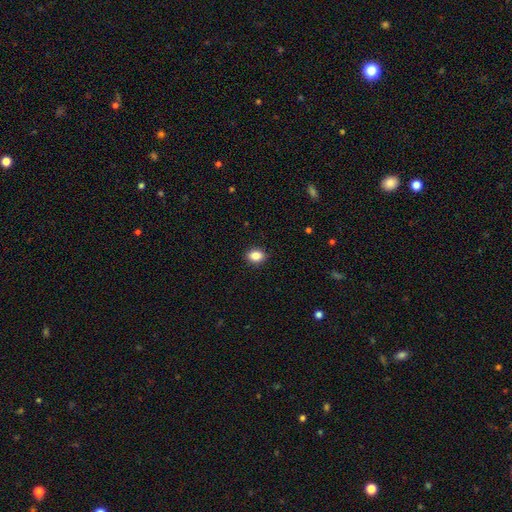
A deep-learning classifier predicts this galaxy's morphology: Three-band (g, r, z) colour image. It shows a smooth galaxy with no disk features (87%) that is in between round and cigar-shaped (65%). Merging: none (89%).